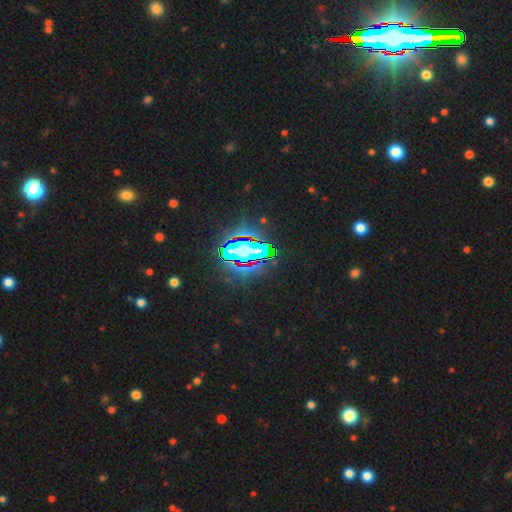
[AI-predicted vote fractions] Morphology: type=star or artifact (84%).